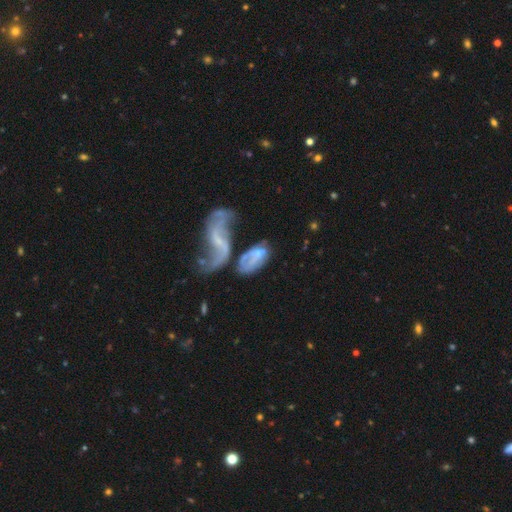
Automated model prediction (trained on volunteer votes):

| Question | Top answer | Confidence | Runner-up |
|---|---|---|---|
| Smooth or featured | featured or disk | 61% | smooth (30%) |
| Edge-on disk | no | 94% | yes (6%) |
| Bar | no | 51% | weak (36%) |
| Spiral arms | yes | 58% | no (42%) |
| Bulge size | small | 48% | none (32%) |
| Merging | merger | 39% | major disturbance (24%) |